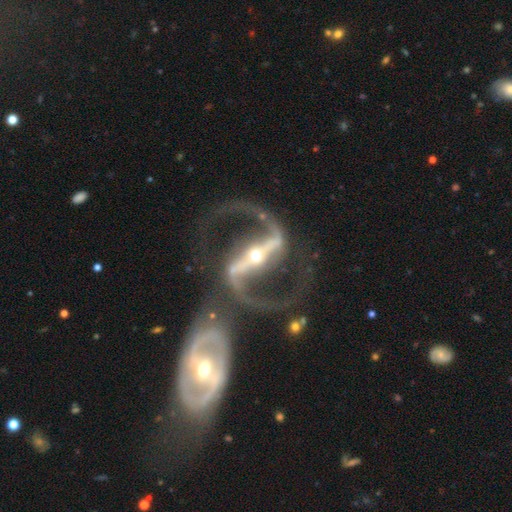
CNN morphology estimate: featured or disk 94%, star or artifact 4%, smooth 2%. Down the decision tree: edge-on disk — no (97%); bar — strong (83%); spiral arms — yes (98%); spiral arm count — 2 (94%); spiral winding — medium (58%); bulge size — small (62%); merging — none (62%).